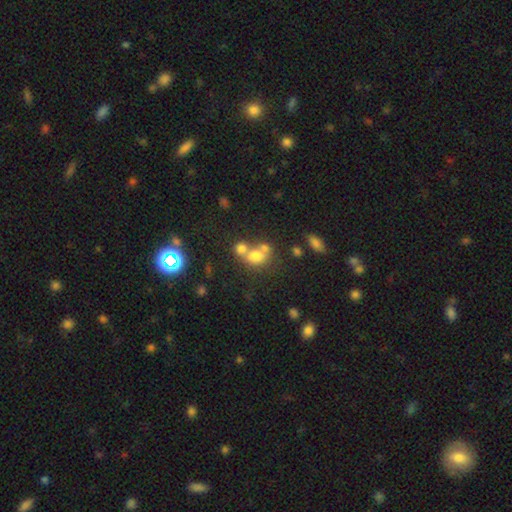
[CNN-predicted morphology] Smooth or featured?
  - smooth: 66% *
  - featured or disk: 18%
  - star or artifact: 16%
How rounded?
  - round: 53% *
  - in between: 45%
  - cigar-shaped: 2%
Merging?
  - merger: 54% *
  - none: 31%
  - minor disturbance: 9%
  - major disturbance: 6%